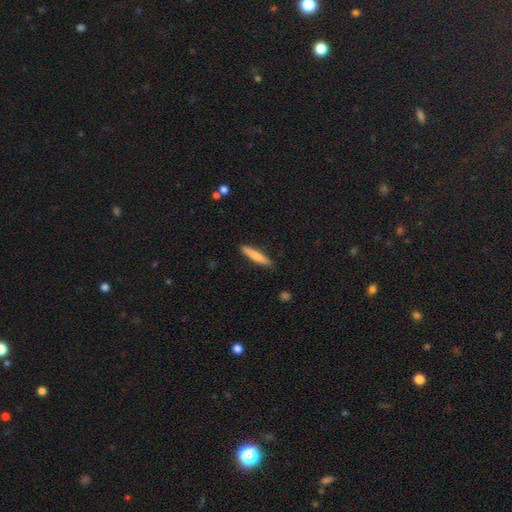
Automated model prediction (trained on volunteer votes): This is likely a smooth galaxy (74%). How rounded: clearly cigar-shaped (90%). Merging: clearly none (87%).